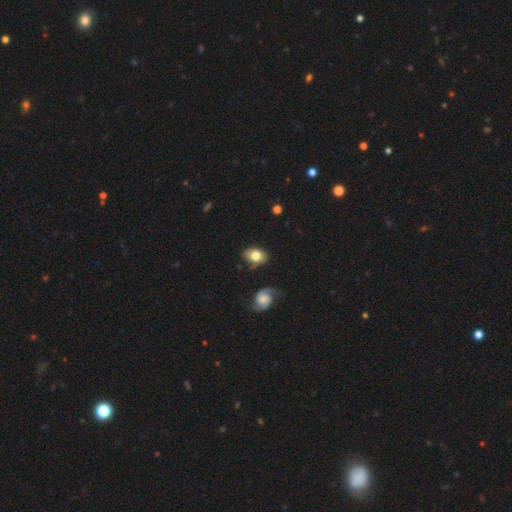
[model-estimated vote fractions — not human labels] Smooth or featured: smooth — 69% (featured or disk — 23%)
How rounded: in between — 71% (round — 27%)
Merging: none — 69% (minor disturbance — 21%)